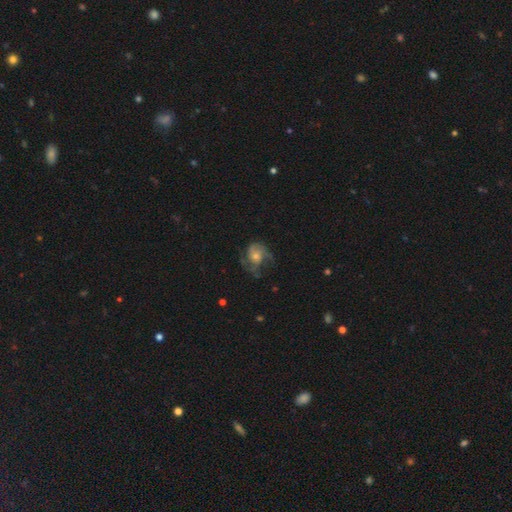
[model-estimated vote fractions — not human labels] Q: Smooth or featured?
A: featured or disk (70%); runner-up: smooth (20%)
Q: Edge-on disk?
A: no (97%); runner-up: yes (3%)
Q: Bar?
A: no (73%); runner-up: weak (22%)
Q: Spiral arms?
A: yes (88%); runner-up: no (12%)
Q: Spiral winding?
A: medium (48%); runner-up: tight (29%)
Q: Spiral arm count?
A: 2 (45%); runner-up: can't tell (20%)
Q: Bulge size?
A: moderate (53%); runner-up: small (34%)
Q: Merging?
A: none (57%); runner-up: minor disturbance (22%)